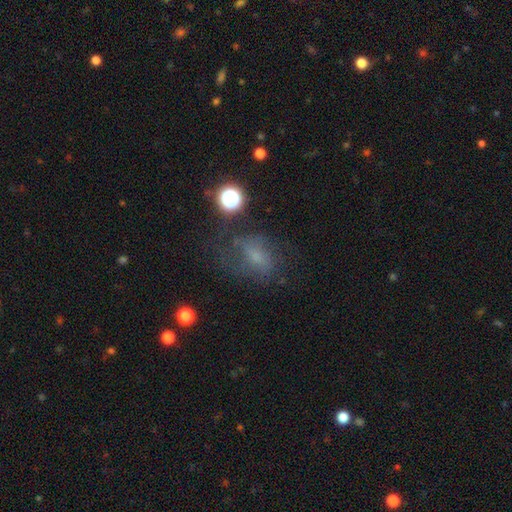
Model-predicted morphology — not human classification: A smooth galaxy with no disk features (46%). Merging: none (46%).